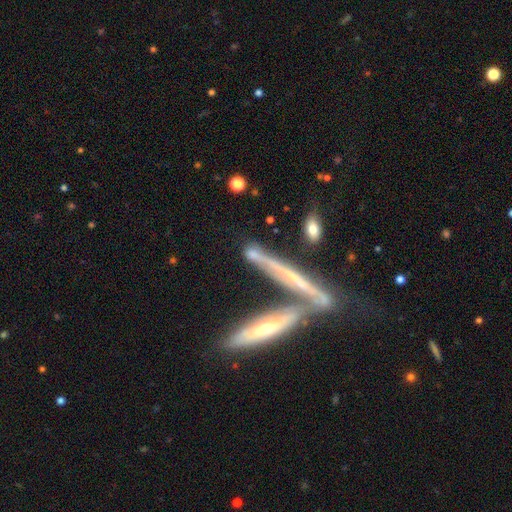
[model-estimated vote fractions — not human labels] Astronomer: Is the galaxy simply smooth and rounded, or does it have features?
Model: smooth — 53% (runner-up: featured or disk, 33%).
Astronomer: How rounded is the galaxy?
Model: cigar-shaped — 60%.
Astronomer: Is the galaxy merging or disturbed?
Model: none — 55%.